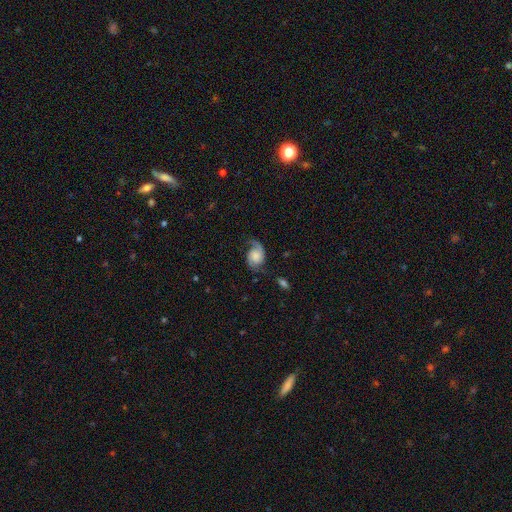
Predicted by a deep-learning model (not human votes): smooth-or-featured: featured or disk: 68% | smooth: 24% | star or artifact: 8%
  disk-edge-on: no: 97% | yes: 3%
    bar: no: 71% | weak: 24% | strong: 4%
    has-spiral-arms: yes: 94% | no: 6%
      spiral-winding: loose: 46% | medium: 36% | tight: 18%
      spiral-arm-count: 2: 60% | 1: 35% | can't tell: 3% | 3: 1% | 4: 1% | more than 4: 1%
    bulge-size: large: 23% (tied) | none: 23% (tied) | moderate: 23% (tied) | small: 22% | dominant: 9%
  merging: none: 52% | minor disturbance: 25% | major disturbance: 21% | merger: 3%